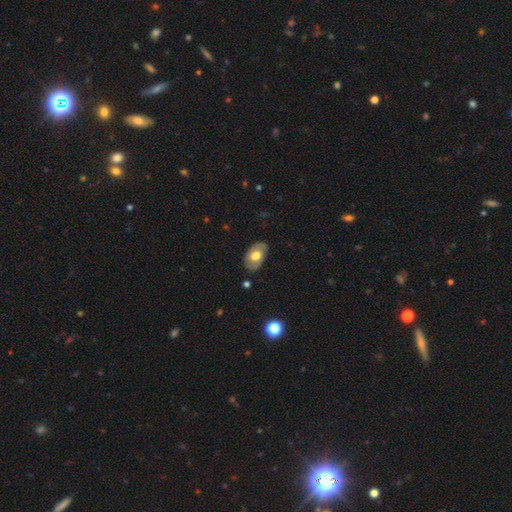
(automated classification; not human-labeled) smooth-or-featured: featured or disk: 50% | smooth: 44% | star or artifact: 6%
  disk-edge-on: no: 91% | yes: 9%
  merging: none: 80% | minor disturbance: 15% | major disturbance: 4% | merger: 1%